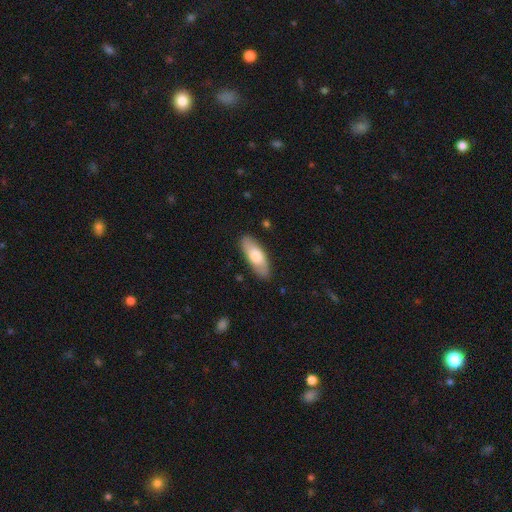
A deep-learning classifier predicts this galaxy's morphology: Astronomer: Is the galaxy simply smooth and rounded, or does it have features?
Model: smooth — 71%.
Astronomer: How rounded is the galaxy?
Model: in between — 69%.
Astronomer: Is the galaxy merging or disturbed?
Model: none — 85%.